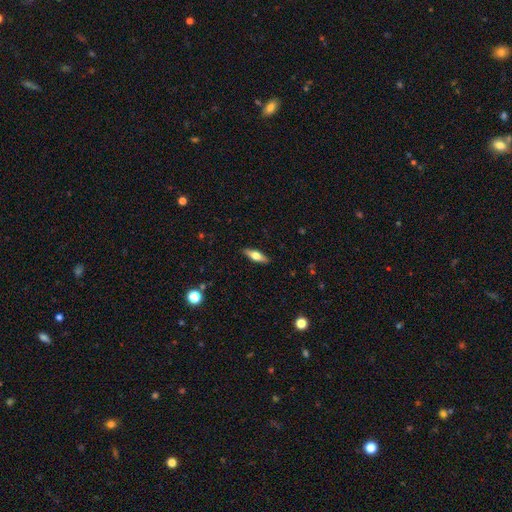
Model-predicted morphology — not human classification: type=smooth (50%); roundness=in between (52%); merging=none (89%).